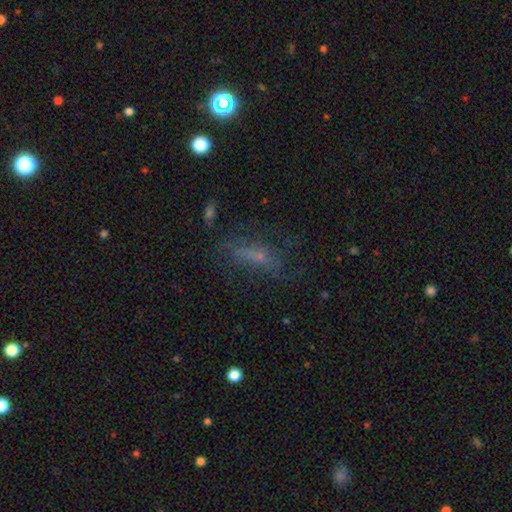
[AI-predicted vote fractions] Overall: smooth (46%; featured or disk 31%). Merging: none (56%; minor disturbance 22%).